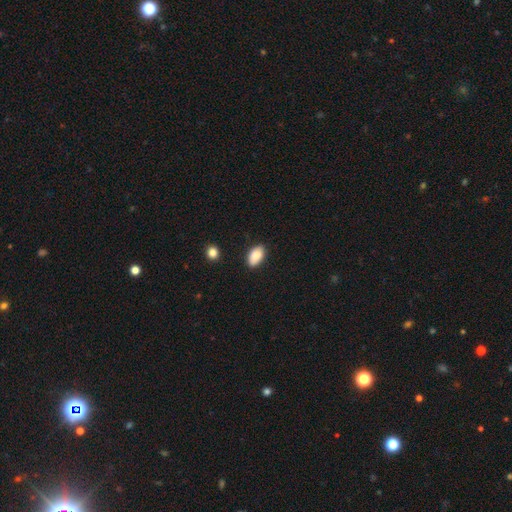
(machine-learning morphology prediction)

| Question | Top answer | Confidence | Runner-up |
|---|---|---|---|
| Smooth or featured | smooth | 87% | star or artifact (7%) |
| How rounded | in between | 93% | round (5%) |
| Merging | none | 84% | minor disturbance (12%) |